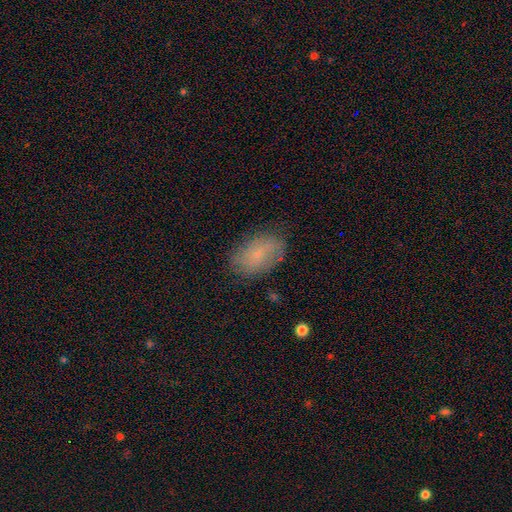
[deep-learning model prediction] Q: Smooth or featured?
A: smooth (63%); runner-up: featured or disk (28%)
Q: How rounded?
A: in between (89%); runner-up: round (9%)
Q: Merging?
A: none (77%); runner-up: minor disturbance (17%)